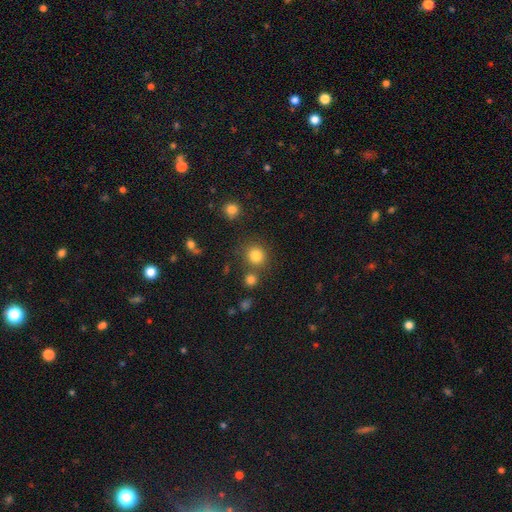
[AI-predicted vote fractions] Q: Smooth or featured?
A: smooth (81%); runner-up: star or artifact (13%)
Q: How rounded?
A: round (90%); runner-up: in between (9%)
Q: Merging?
A: none (77%); runner-up: merger (11%)